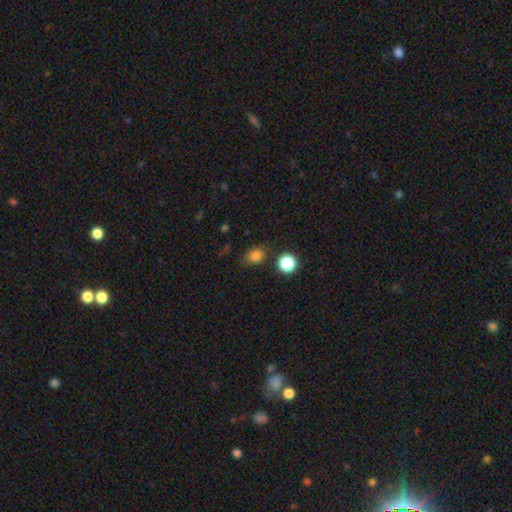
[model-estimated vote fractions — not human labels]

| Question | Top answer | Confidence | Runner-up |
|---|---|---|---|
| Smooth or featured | smooth | 79% | star or artifact (15%) |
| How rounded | in between | 50% | round (49%) |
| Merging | none | 75% | minor disturbance (16%) |